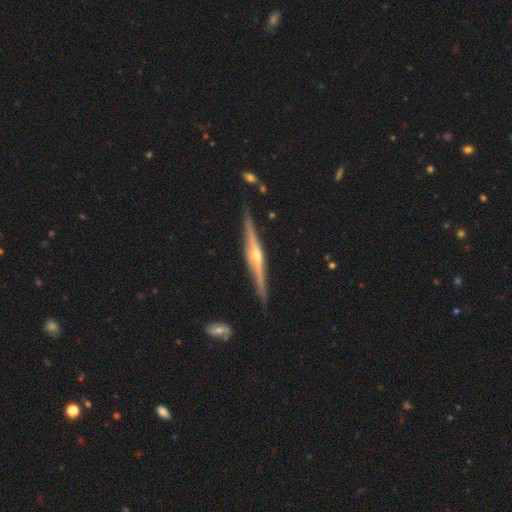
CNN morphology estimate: Overall: featured or disk (85%). Edge-on disk: yes (98%). Edge-on bulge: rounded (86%). Merging: none (88%).